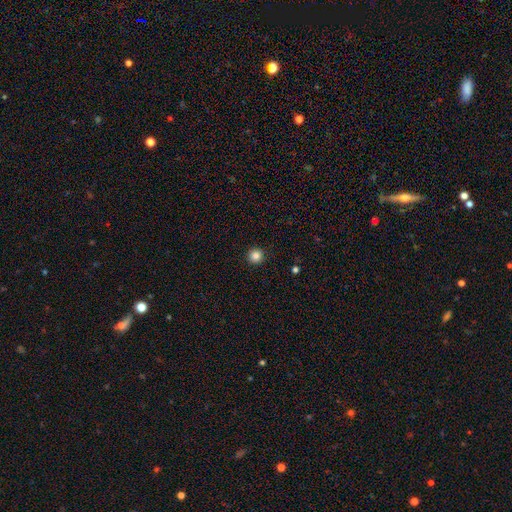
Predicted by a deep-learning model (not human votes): This appears to be a smooth galaxy with no disk features (85%) that is round (96%). Merging: none (93%).